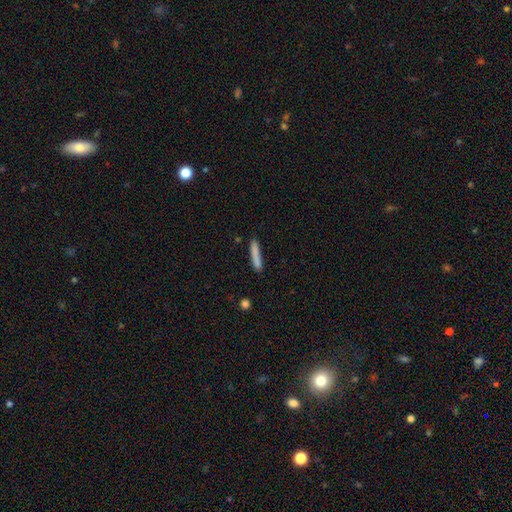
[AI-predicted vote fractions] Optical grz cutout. It shows a smooth galaxy with no disk features (82%) that is cigar-shaped (93%). Merging: none (84%).